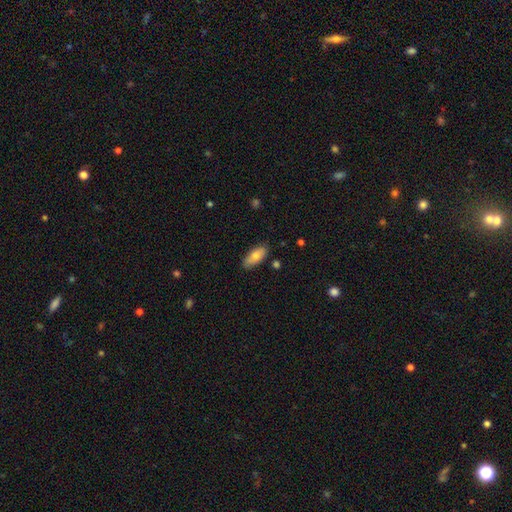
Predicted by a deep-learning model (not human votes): A smooth galaxy with no disk features (74%) that is in between round and cigar-shaped (83%).

Vote fractions:
- Smooth or featured? smooth: 74% / featured or disk: 19% / star or artifact: 6%
- How rounded? in between: 83% / cigar-shaped: 14% / round: 3%
- Merging? none: 84% / minor disturbance: 13% / major disturbance: 2% / merger: 2%